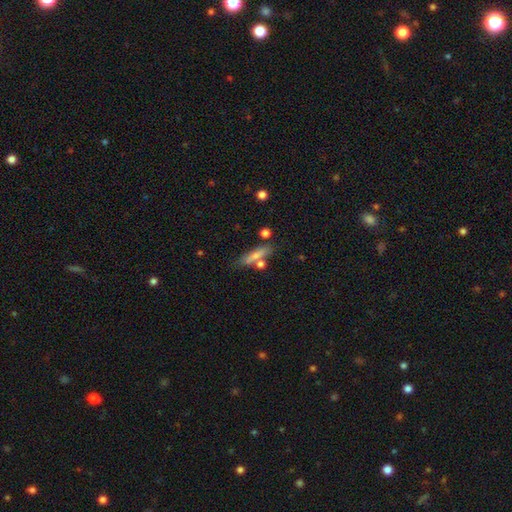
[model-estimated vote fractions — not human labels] smooth_or_featured: smooth (p=0.62) [alt: featured or disk p=0.30]
how_rounded: cigar-shaped (p=0.70) [alt: in between p=0.25]
merging: none (p=0.65) [alt: merger p=0.16]